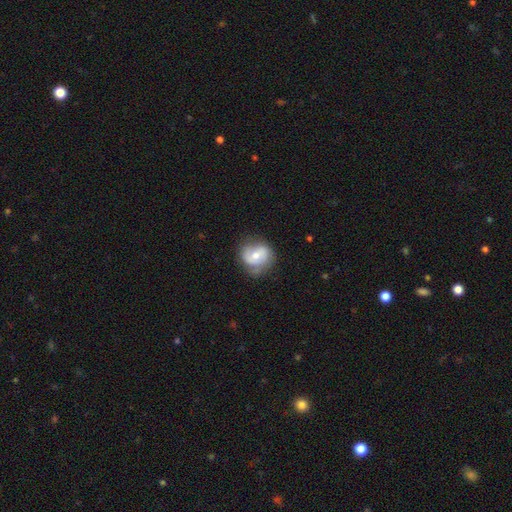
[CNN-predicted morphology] Smooth or featured: featured or disk — 50% (smooth — 43%)
Merging: none — 65% (minor disturbance — 25%)